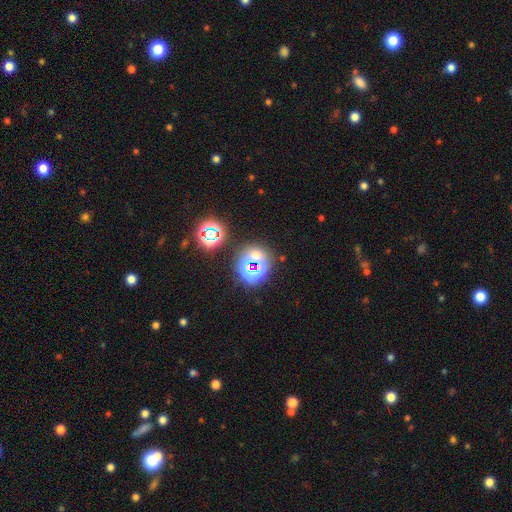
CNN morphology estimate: A star or artifact, not a galaxy (58%).